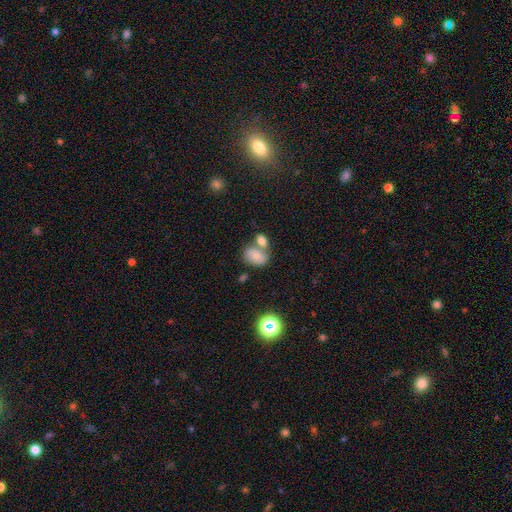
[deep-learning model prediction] Smooth or featured? Predicted: smooth (p=0.74). How rounded? Predicted: in between (p=0.76). Merging? Predicted: merger (p=0.44).